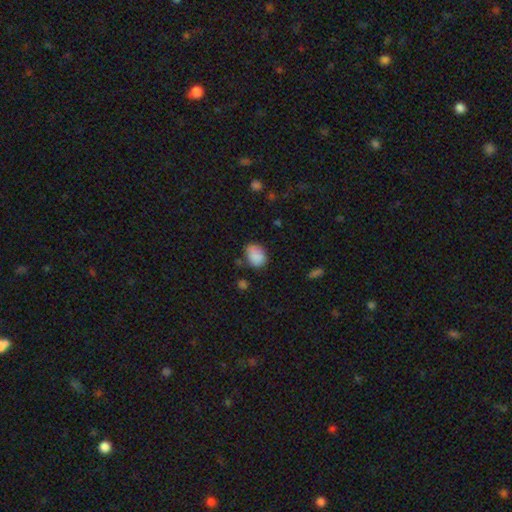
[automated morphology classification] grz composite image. It shows a smooth galaxy with no disk features (86%) that is in between round and cigar-shaped (62%). Merging: none (61%).